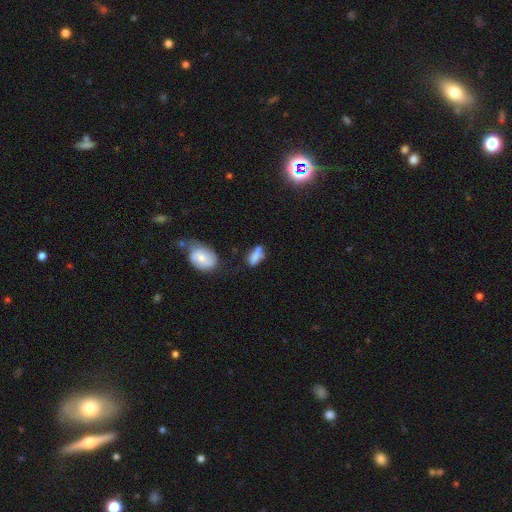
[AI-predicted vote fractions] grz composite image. It shows a smooth galaxy with no disk features (77%) that is in between round and cigar-shaped (70%). Merging: none (52%).